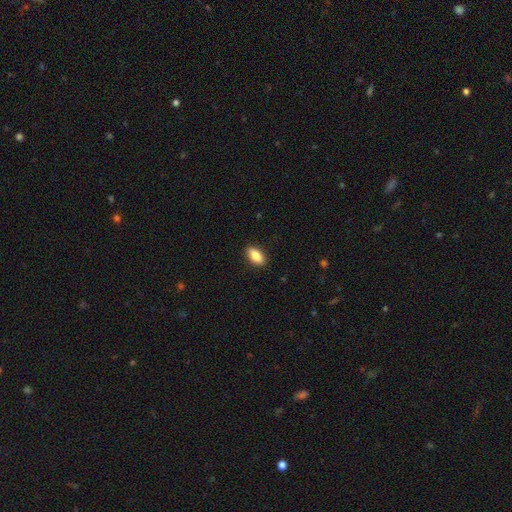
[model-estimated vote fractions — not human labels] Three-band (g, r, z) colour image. It shows a smooth galaxy with no disk features (86%) that is in between round and cigar-shaped (90%). Merging: none (90%).